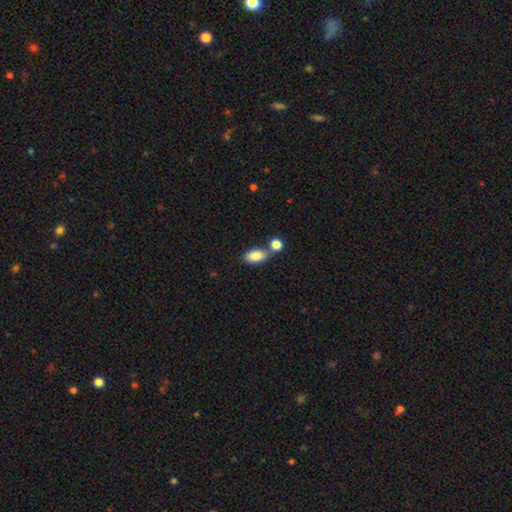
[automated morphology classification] smooth-or-featured: smooth: 85% | star or artifact: 8% | featured or disk: 7%
  how-rounded: in between: 90% | round: 6% | cigar-shaped: 5%
  merging: none: 52% | merger: 32% | minor disturbance: 12% | major disturbance: 4%